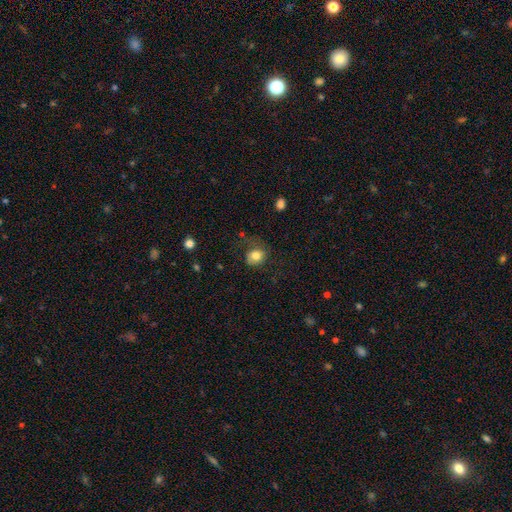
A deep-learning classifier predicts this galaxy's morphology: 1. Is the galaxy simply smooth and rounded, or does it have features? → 77% smooth, 13% featured or disk, 9% star or artifact.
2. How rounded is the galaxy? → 67% round, 33% in between, 1% cigar-shaped.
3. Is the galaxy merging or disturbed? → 56% none, 23% minor disturbance, 19% major disturbance, 2% merger.